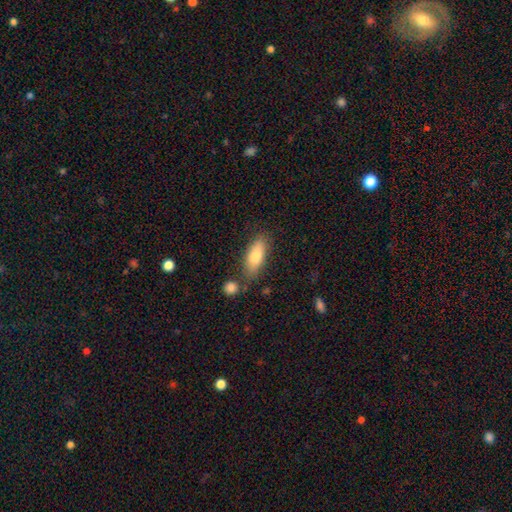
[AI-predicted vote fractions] smooth 79%, featured or disk 14%, star or artifact 7%. Down the decision tree: how rounded — in between (70%); merging — none (74%).